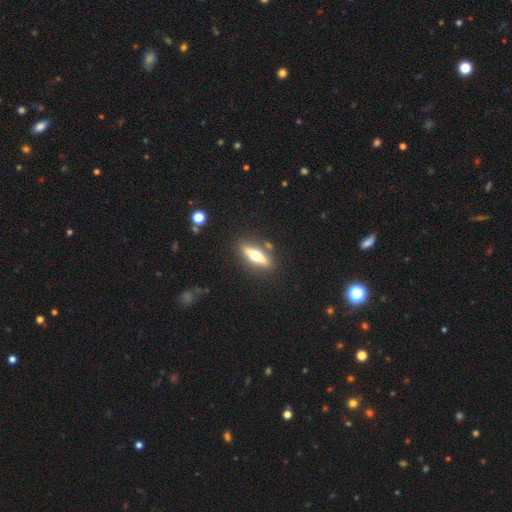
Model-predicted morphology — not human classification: A featured or disk galaxy (56%) viewed edge-on (90%) with a rounded central bulge (94%). Merging: none (85%).